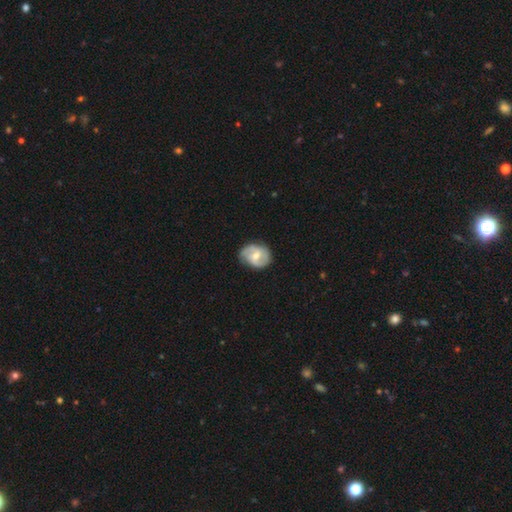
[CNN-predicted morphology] Smooth or featured? Predicted: featured or disk (p=0.70). Edge-on disk? Predicted: no (p=0.97). Bar? Predicted: weak (p=0.49). Spiral arms? Predicted: yes (p=0.89). Spiral winding? Predicted: medium (p=0.46). Spiral arm count? Predicted: 2 (p=0.80). Bulge size? Predicted: moderate (p=0.59). Merging? Predicted: none (p=0.74).